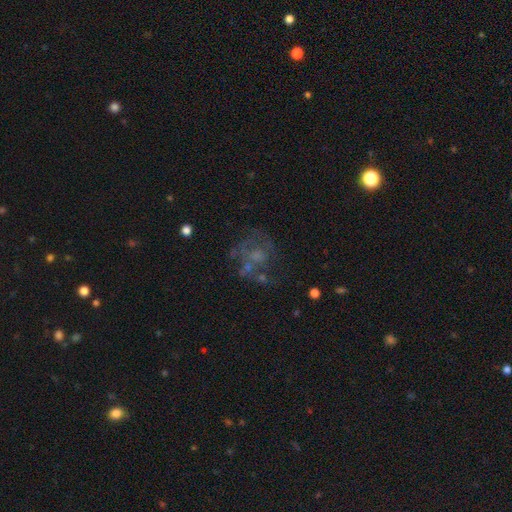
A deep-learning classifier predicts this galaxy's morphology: featured or disk 56%, smooth 27%, star or artifact 17%. Down the decision tree: edge-on disk — no (98%); bar — no (85%); spiral arms — no (69%); bulge size — none (37%); merging — none (46%).